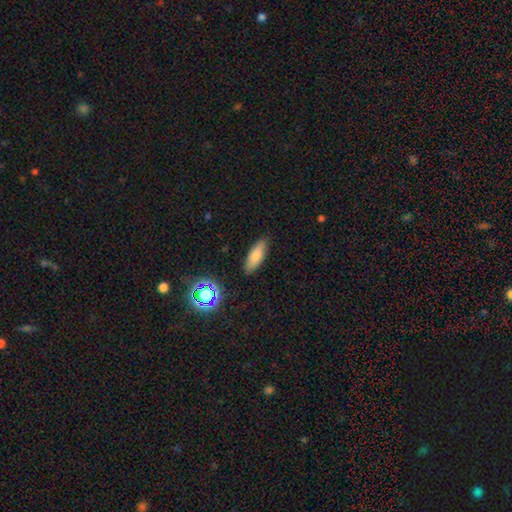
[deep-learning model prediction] Smooth or featured? Predicted: smooth (p=0.80). How rounded? Predicted: in between (p=0.65). Merging? Predicted: none (p=0.86).